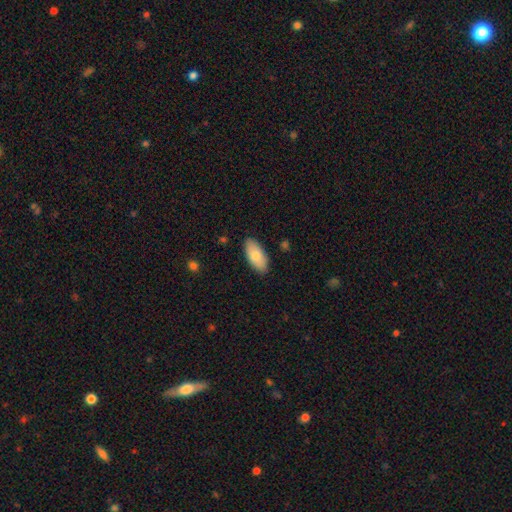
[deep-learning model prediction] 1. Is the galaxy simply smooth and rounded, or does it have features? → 79% smooth, 15% featured or disk, 6% star or artifact.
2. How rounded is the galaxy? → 92% in between, 6% cigar-shaped, 2% round.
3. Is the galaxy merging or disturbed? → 86% none, 10% minor disturbance, 2% major disturbance, 1% merger.